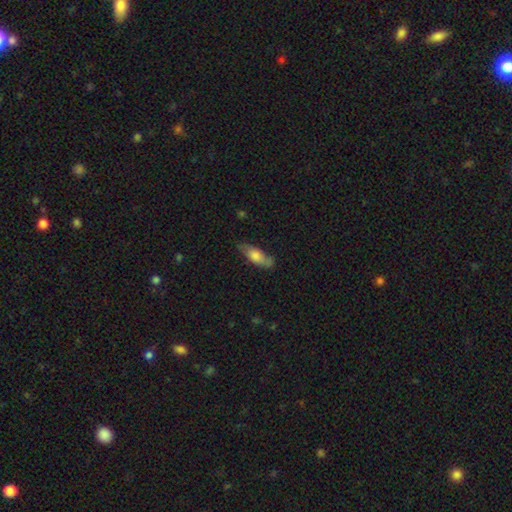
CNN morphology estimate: Smooth or featured? Predicted: smooth (p=0.63). How rounded? Predicted: in between (p=0.66). Merging? Predicted: none (p=0.66).